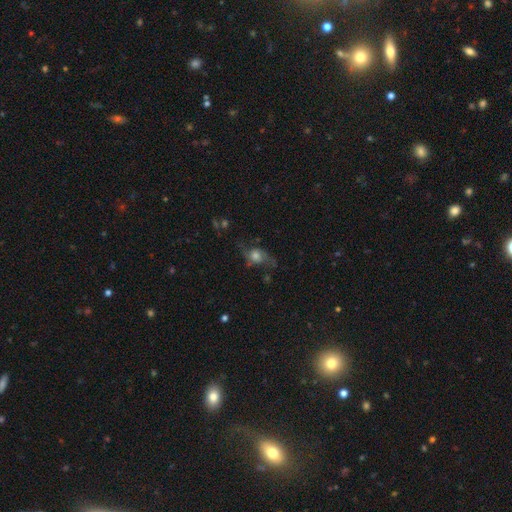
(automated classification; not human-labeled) featured or disk 54%, smooth 34%, star or artifact 12%. Down the decision tree: edge-on disk — no (88%); merging — none (53%).